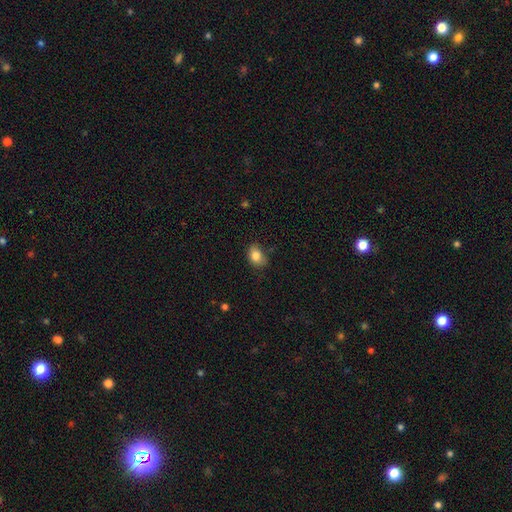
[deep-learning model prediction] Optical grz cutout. It shows a smooth galaxy with no disk features (84%) that is in between round and cigar-shaped (73%). Merging: none (68%).